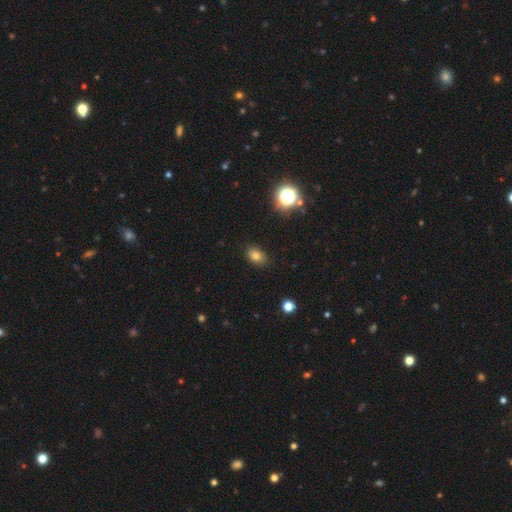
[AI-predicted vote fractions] Morphology: type=smooth (78%); roundness=in between (76%); merging=none (87%).